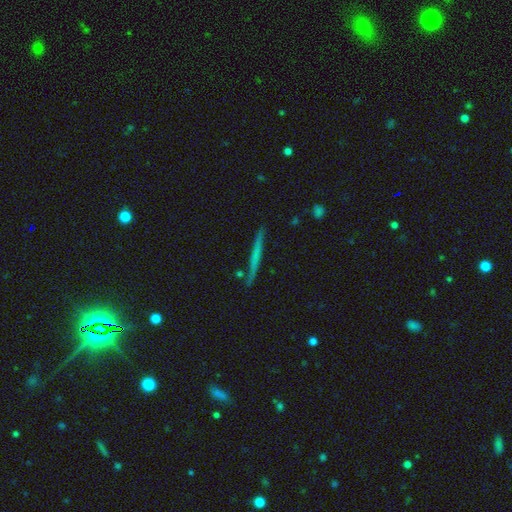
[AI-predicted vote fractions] A featured or disk galaxy (50%).

Vote fractions:
- Smooth or featured? featured or disk: 50% / smooth: 43% / star or artifact: 8%
- Merging? none: 88% / minor disturbance: 8% / merger: 2% / major disturbance: 2%